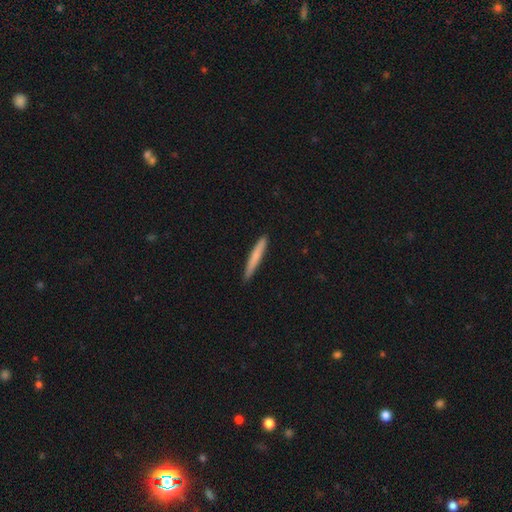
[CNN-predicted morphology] This appears to be a smooth galaxy with no disk features (71%) that is cigar-shaped (96%). Merging: none (91%).